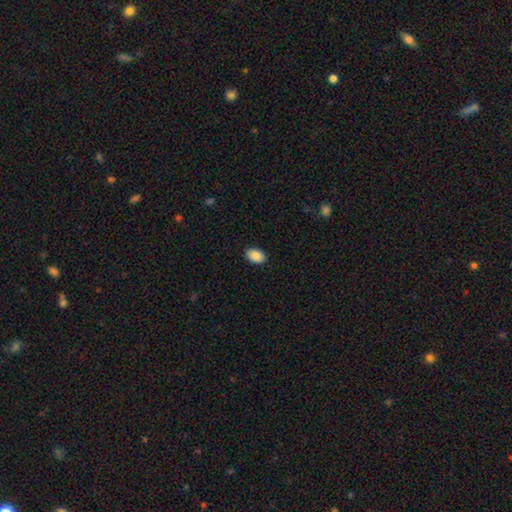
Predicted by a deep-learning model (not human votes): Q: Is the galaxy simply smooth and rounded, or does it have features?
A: smooth — 88%.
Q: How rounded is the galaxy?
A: in between — 85%.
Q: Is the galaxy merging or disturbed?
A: none — 89%.